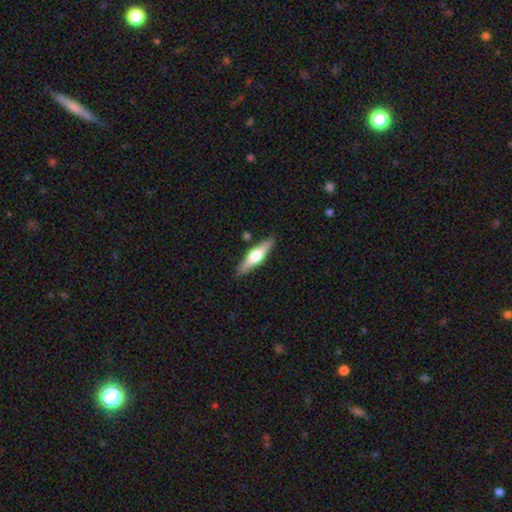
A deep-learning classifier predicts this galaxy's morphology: This appears to be a featured or disk galaxy (56%) viewed edge-on (95%) with a rounded central bulge (93%). Merging: none (88%).